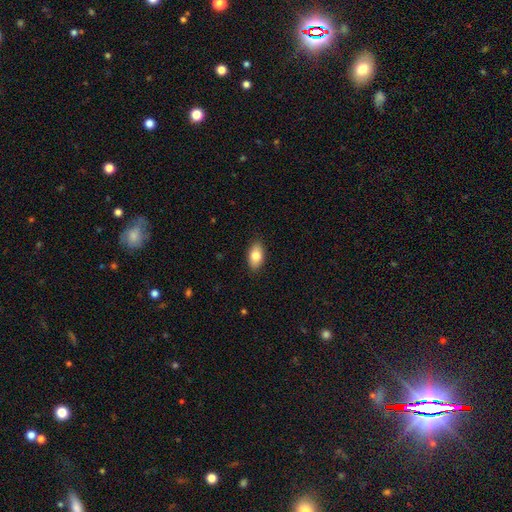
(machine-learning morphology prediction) Smooth or featured? smooth (81%)
How rounded? in between (91%)
Merging? none (88%)